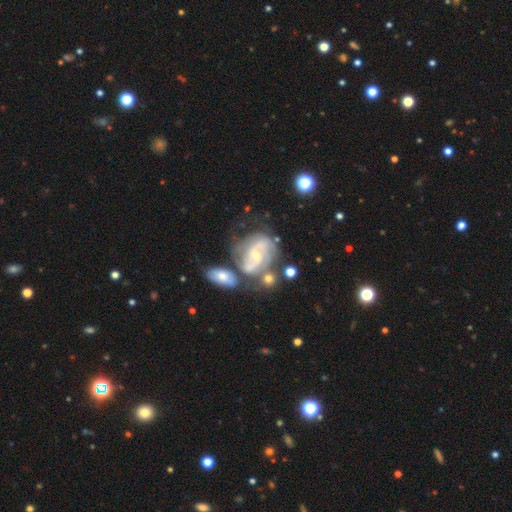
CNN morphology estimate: Smooth or featured?
  - featured or disk: 81% *
  - smooth: 12%
  - star or artifact: 7%
Edge-on disk?
  - no: 97% *
  - yes: 3%
Bar?
  - weak: 42% *
  - no: 41%
  - strong: 17%
Spiral arms?
  - yes: 90% *
  - no: 10%
Spiral winding?
  - medium: 44% *
  - tight: 36%
  - loose: 20%
Spiral arm count?
  - 2: 54% *
  - can't tell: 24%
  - 3: 12%
  - 1: 4%
  - 4: 3%
  - more than 4: 3%
Bulge size?
  - small: 65% *
  - moderate: 29%
  - none: 3%
  - large: 2%
  - dominant: 1%
Merging?
  - none: 39% *
  - merger: 27%
  - minor disturbance: 19%
  - major disturbance: 15%